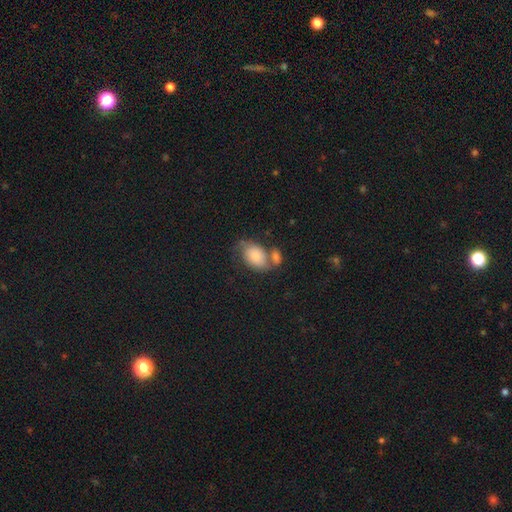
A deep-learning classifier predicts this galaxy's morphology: Smooth or featured? Predicted: smooth (p=0.71). How rounded? Predicted: in between (p=0.85). Merging? Predicted: merger (p=0.36).